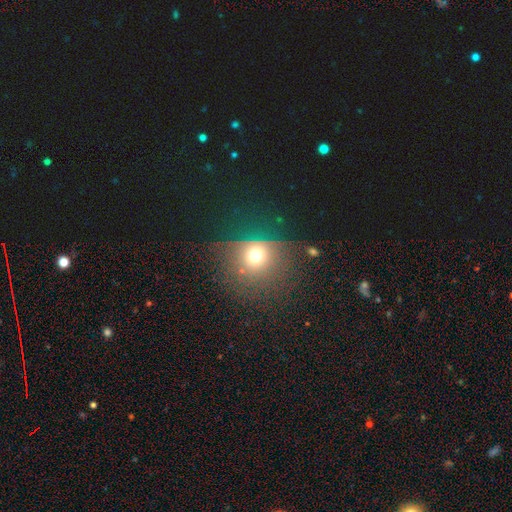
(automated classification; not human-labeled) Smooth or featured: smooth — 62% (star or artifact — 24%)
How rounded: round — 82% (in between — 17%)
Merging: none — 66% (minor disturbance — 16%)